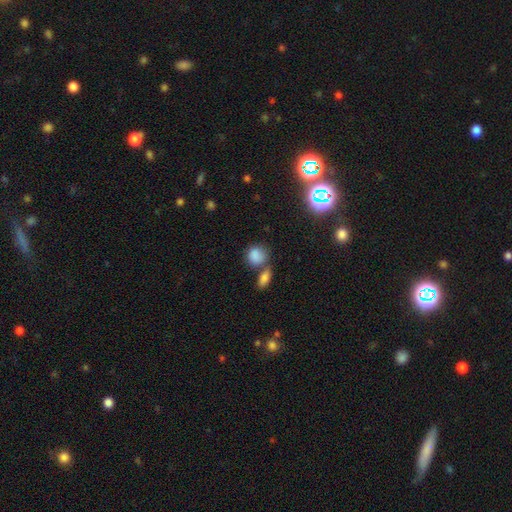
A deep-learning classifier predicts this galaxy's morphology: Smooth or featured?
  - smooth: 84% *
  - star or artifact: 10%
  - featured or disk: 7%
How rounded?
  - round: 64% *
  - in between: 34%
  - cigar-shaped: 2%
Merging?
  - none: 45% *
  - merger: 35%
  - minor disturbance: 14%
  - major disturbance: 6%